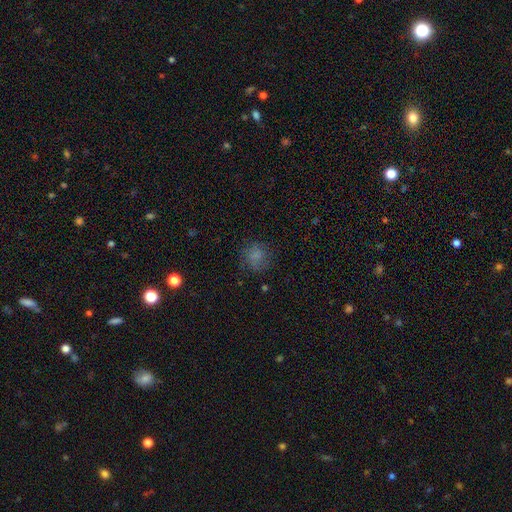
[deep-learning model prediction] Smooth or featured?
  - smooth: 70% *
  - featured or disk: 17%
  - star or artifact: 13%
How rounded?
  - round: 82% *
  - in between: 17%
  - cigar-shaped: 1%
Merging?
  - none: 73% *
  - minor disturbance: 17%
  - major disturbance: 8%
  - merger: 1%